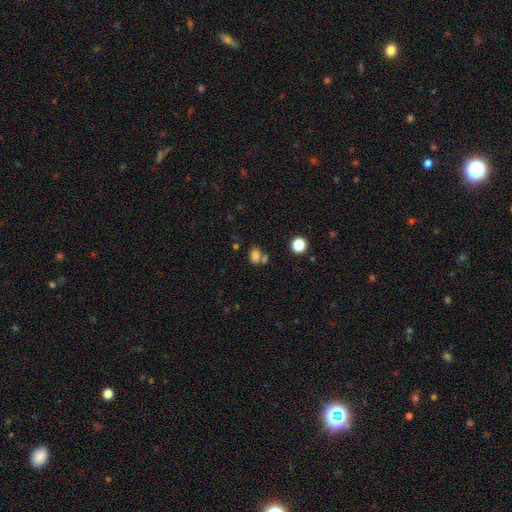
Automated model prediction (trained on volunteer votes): Q: Smooth or featured?
A: smooth (78%); runner-up: star or artifact (14%)
Q: How rounded?
A: in between (67%); runner-up: round (32%)
Q: Merging?
A: none (48%); runner-up: merger (33%)